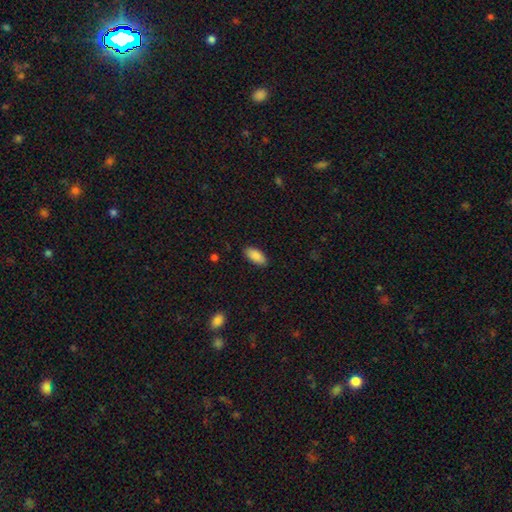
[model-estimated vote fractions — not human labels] Overall: smooth (88%). How rounded: in between (90%). Merging: none (88%).